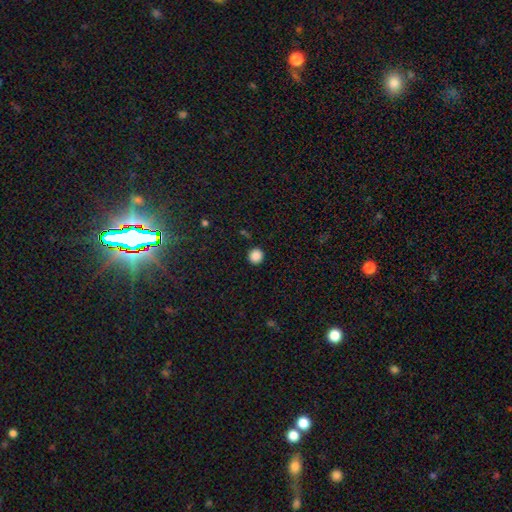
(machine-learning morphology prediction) type=smooth (87%); roundness=round (92%); merging=none (90%).